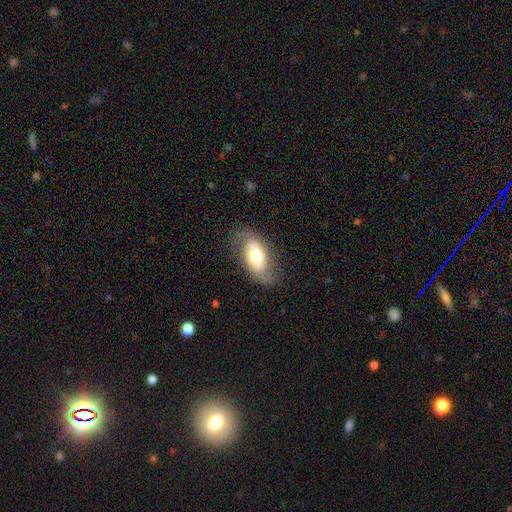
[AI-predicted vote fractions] Smooth or featured? smooth (51%)
How rounded? in between (90%)
Merging? none (69%)